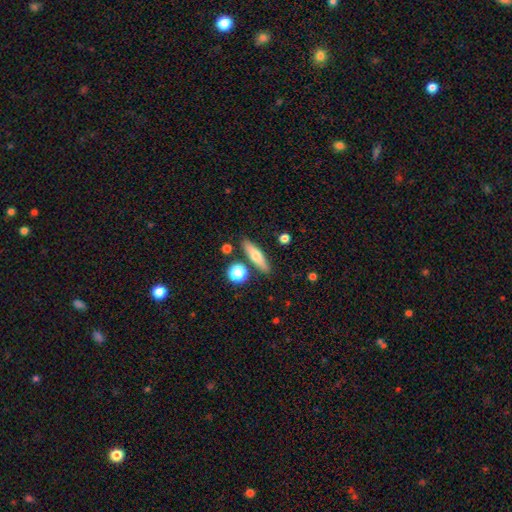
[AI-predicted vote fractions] This appears to be a smooth galaxy with no disk features (59%) that is cigar-shaped (69%). Merging: none (82%).